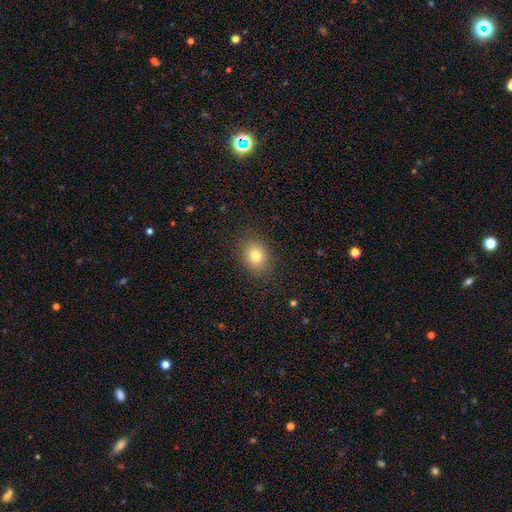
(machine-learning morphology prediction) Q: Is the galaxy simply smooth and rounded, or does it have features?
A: smooth — 78%.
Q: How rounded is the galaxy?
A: round — 54%.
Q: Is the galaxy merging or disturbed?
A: none — 87%.